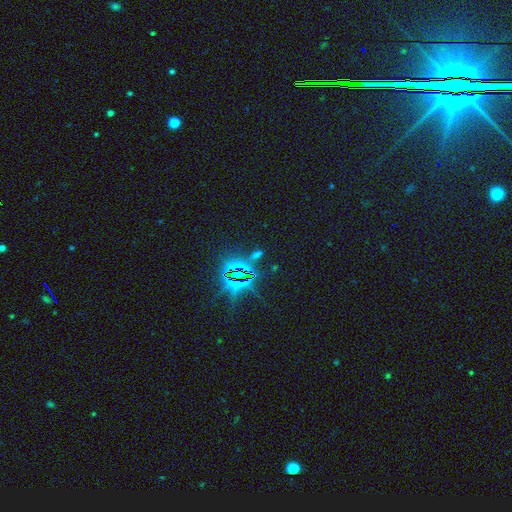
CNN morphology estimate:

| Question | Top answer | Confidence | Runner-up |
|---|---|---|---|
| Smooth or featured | star or artifact | 73% | smooth (19%) |